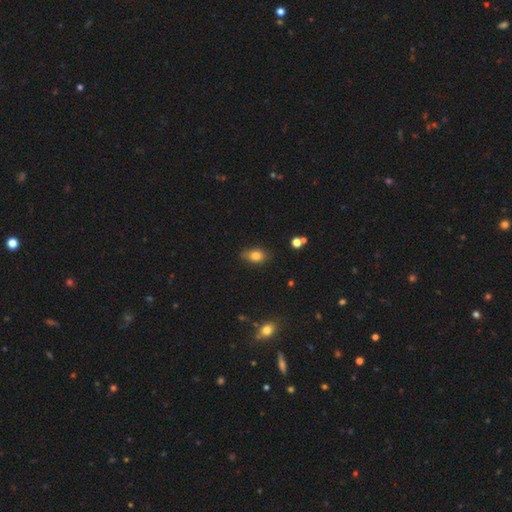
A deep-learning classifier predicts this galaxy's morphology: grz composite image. It shows a smooth galaxy with no disk features (80%) that is in between round and cigar-shaped (78%). Merging: none (72%).